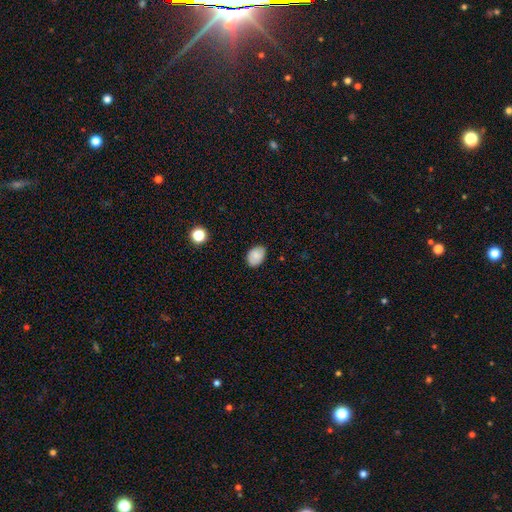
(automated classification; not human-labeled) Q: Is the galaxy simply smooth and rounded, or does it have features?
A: smooth — 85%.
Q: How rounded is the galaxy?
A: in between — 75%.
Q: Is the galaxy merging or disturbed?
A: none — 85%.